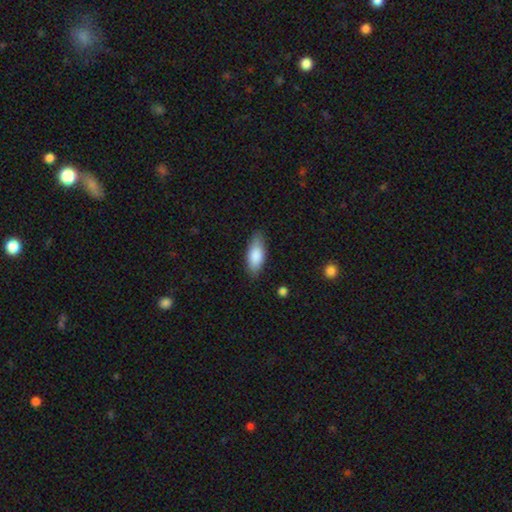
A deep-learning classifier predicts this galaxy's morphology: A smooth galaxy with no disk features (84%) that is in between round and cigar-shaped (83%). Merging: none (80%).